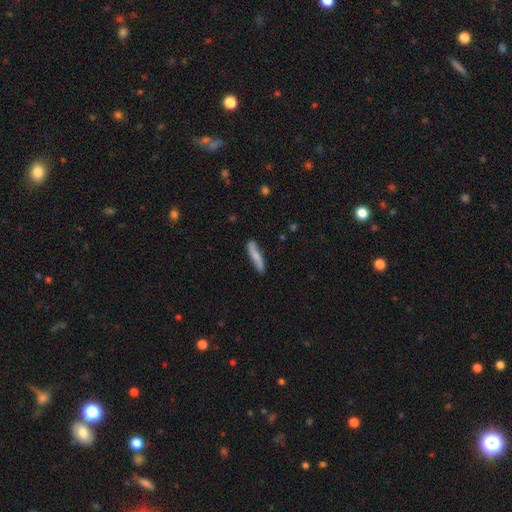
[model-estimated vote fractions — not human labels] Overall: smooth (67%; featured or disk 28%). How rounded: cigar-shaped (85%). Merging: none (79%).